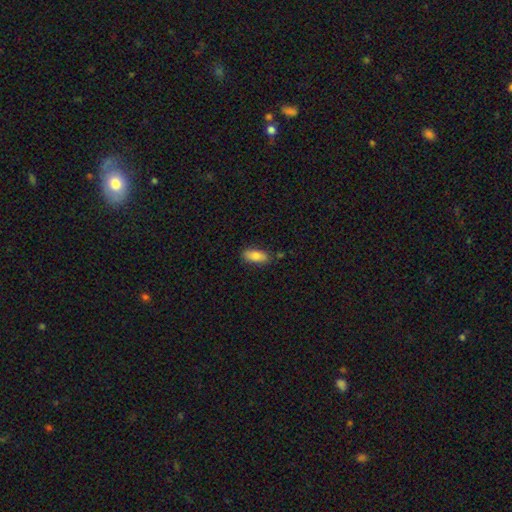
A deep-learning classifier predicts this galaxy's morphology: This appears to be a smooth galaxy with no disk features (83%) that is in between round and cigar-shaped (81%). Merging: none (81%).